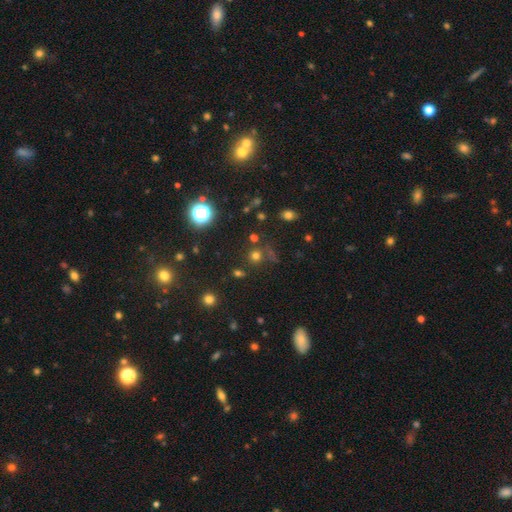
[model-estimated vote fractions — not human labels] This appears to be a smooth galaxy with no disk features (60%) that is round (91%). Merging: none (75%).